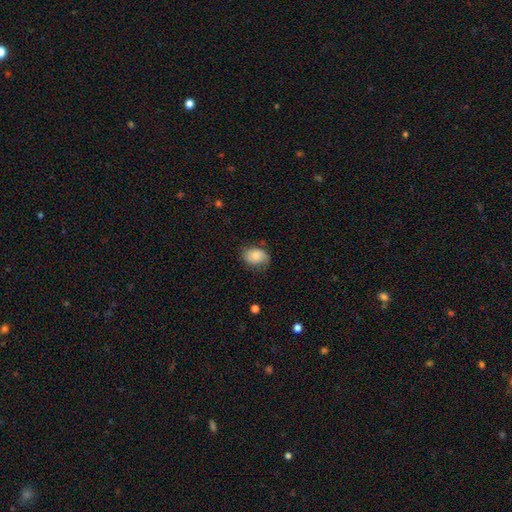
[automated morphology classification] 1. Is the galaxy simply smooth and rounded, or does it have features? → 75% smooth, 18% featured or disk, 8% star or artifact.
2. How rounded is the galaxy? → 74% in between, 25% round, 1% cigar-shaped.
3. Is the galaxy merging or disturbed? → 62% none, 28% minor disturbance, 8% major disturbance, 2% merger.